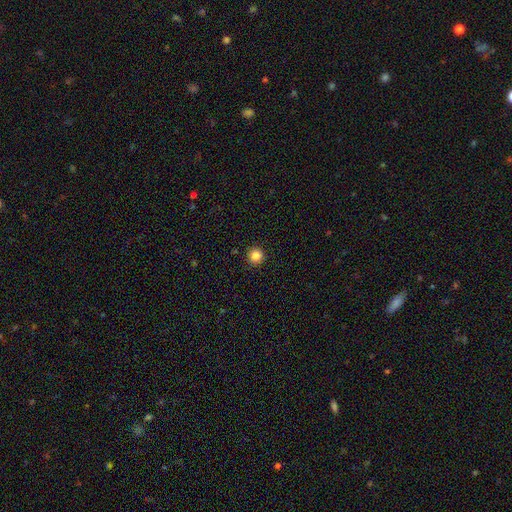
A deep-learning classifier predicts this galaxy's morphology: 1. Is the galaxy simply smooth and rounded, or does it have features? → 85% smooth, 12% star or artifact, 4% featured or disk.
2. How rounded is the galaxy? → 96% round, 3% in between, 1% cigar-shaped.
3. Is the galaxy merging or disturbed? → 92% none, 5% minor disturbance, 2% major disturbance, 1% merger.